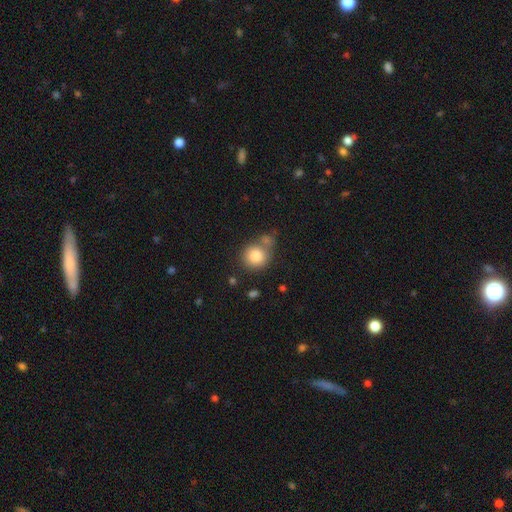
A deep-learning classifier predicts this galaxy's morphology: Smooth or featured: smooth — 83% (star or artifact — 9%)
How rounded: round — 87% (in between — 12%)
Merging: none — 57% (merger — 24%)